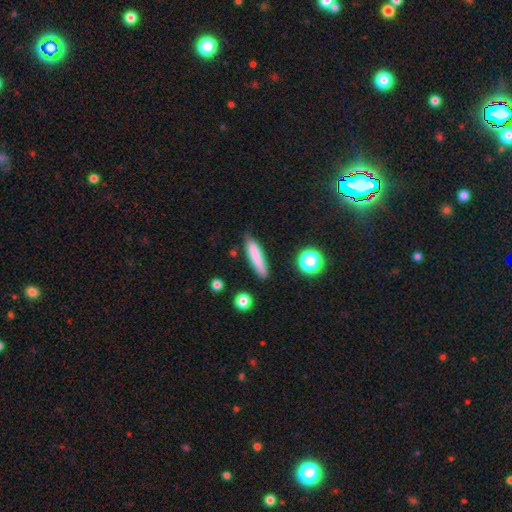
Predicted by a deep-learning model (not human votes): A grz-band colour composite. It shows a smooth galaxy with no disk features (78%) that is cigar-shaped (85%). Merging: none (79%).